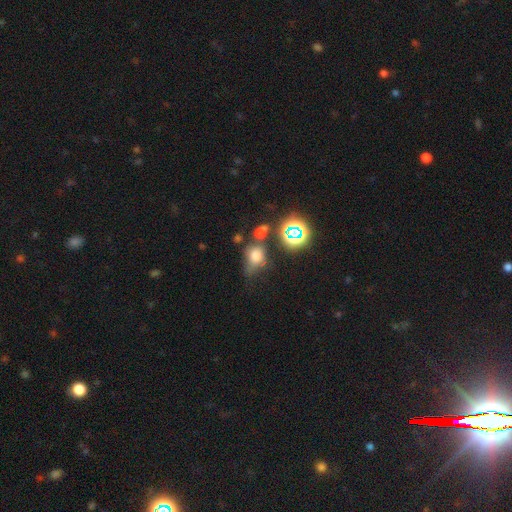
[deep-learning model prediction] Q: Smooth or featured?
A: smooth (64%); runner-up: star or artifact (24%)
Q: How rounded?
A: round (49%); tied with: in between (49%)
Q: Merging?
A: none (43%); runner-up: minor disturbance (24%)